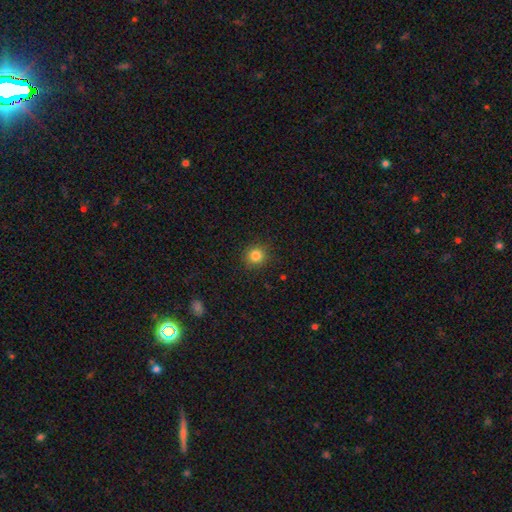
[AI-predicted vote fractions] Smooth or featured?
  - smooth: 83% *
  - star or artifact: 12%
  - featured or disk: 5%
How rounded?
  - round: 91% *
  - in between: 8%
  - cigar-shaped: 1%
Merging?
  - none: 90% *
  - minor disturbance: 7%
  - major disturbance: 2%
  - merger: 1%